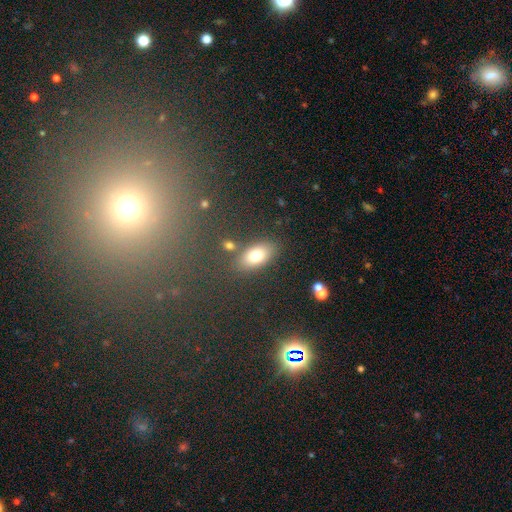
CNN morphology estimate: Smooth or featured: smooth — 78% (featured or disk — 12%)
How rounded: in between — 86% (round — 9%)
Merging: none — 78% (minor disturbance — 11%)